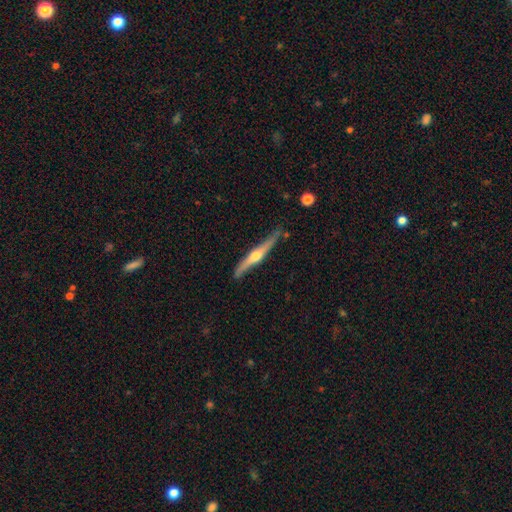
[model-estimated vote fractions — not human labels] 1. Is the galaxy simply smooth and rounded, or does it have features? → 70% featured or disk, 25% smooth, 5% star or artifact.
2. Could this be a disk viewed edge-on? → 97% yes, 3% no.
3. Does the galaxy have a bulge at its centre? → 92% rounded, 5% none, 3% boxy.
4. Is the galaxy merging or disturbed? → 77% none, 17% minor disturbance, 3% major disturbance, 3% merger.